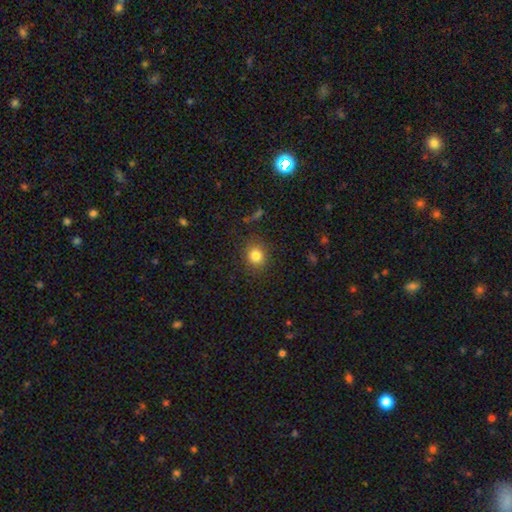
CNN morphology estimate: Overall: smooth (82%). How rounded: round (80%). Merging: none (86%).